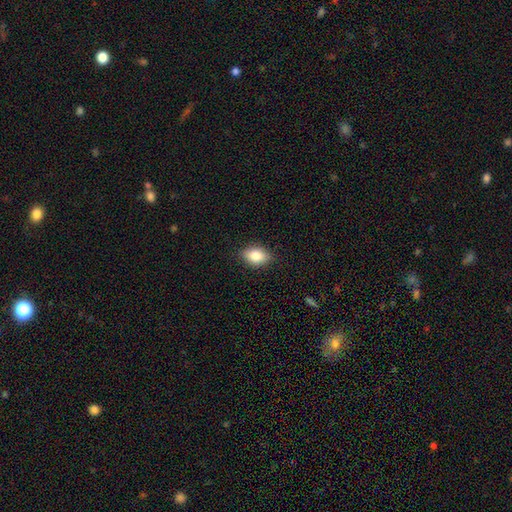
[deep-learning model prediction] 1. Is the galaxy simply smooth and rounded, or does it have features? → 83% smooth, 9% featured or disk, 8% star or artifact.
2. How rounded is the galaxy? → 82% in between, 16% round, 2% cigar-shaped.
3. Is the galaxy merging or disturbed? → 84% none, 12% minor disturbance, 3% major disturbance, 1% merger.